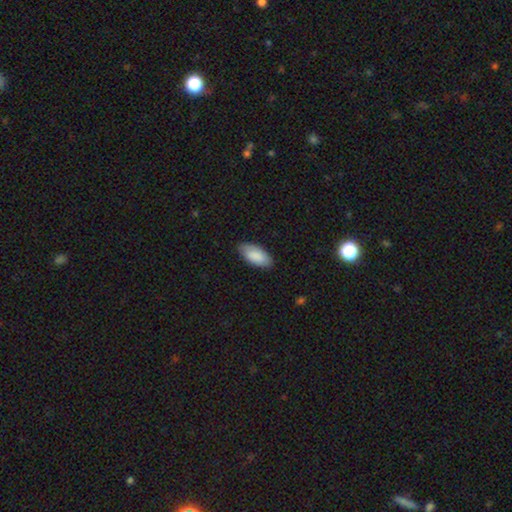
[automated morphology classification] Smooth or featured? smooth (88%)
How rounded? in between (92%)
Merging? none (85%)